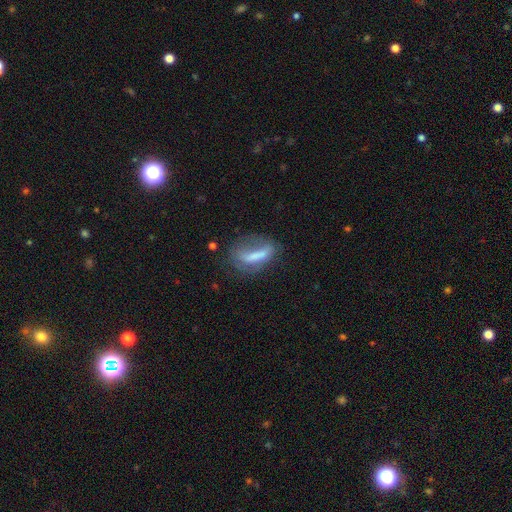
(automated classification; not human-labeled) Morphology: type=smooth (55%); roundness=cigar-shaped (52%); merging=none (46%).